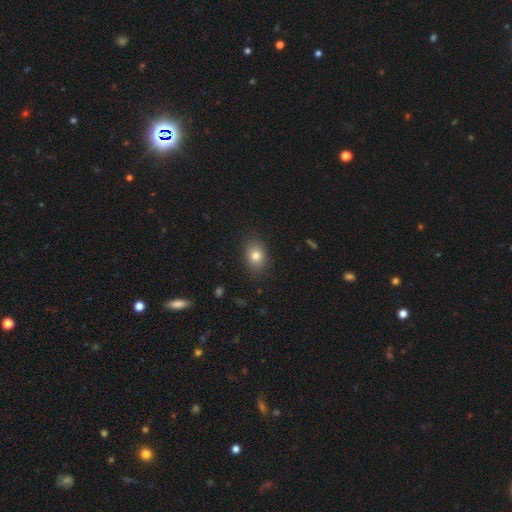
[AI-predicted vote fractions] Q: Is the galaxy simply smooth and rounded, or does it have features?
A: smooth — 80%.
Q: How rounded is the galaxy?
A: in between — 67%.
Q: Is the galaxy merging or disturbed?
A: none — 86%.